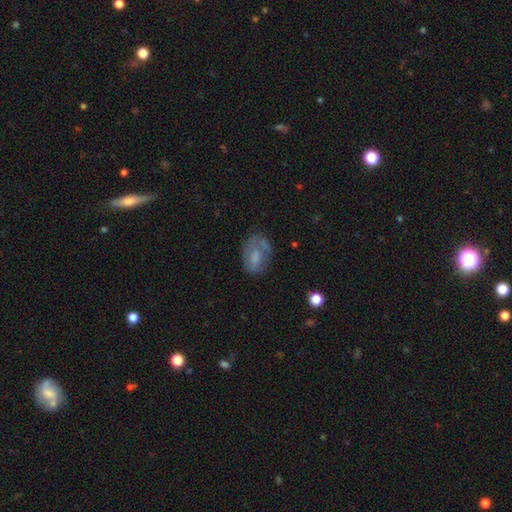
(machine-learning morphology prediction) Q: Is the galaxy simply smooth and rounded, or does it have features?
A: smooth — 49%.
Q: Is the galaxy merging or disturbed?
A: none — 55%.